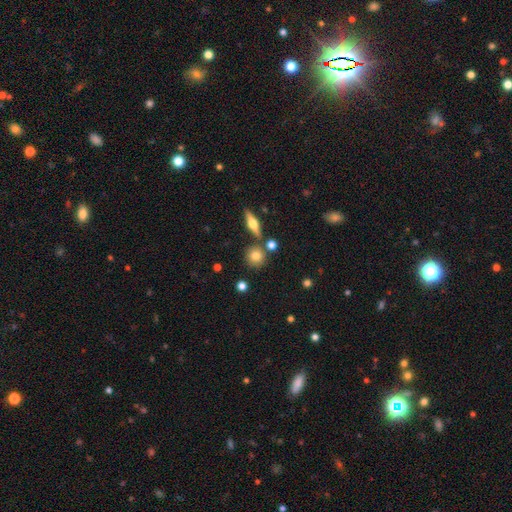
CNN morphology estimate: Q: Smooth or featured?
A: smooth (74%); runner-up: featured or disk (16%)
Q: How rounded?
A: round (87%); runner-up: in between (10%)
Q: Merging?
A: none (79%); runner-up: merger (10%)